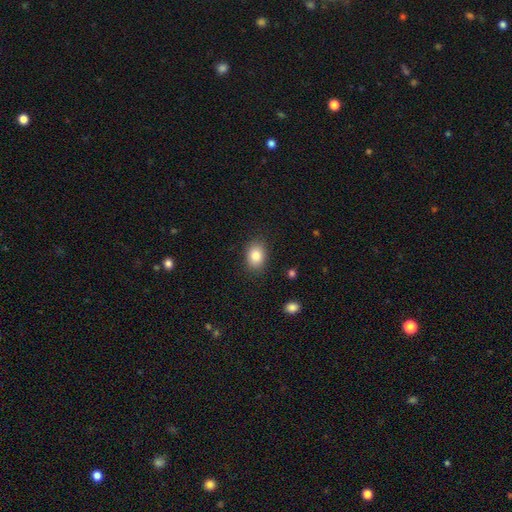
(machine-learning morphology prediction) smooth_or_featured: smooth (p=0.84) [alt: star or artifact p=0.09]
how_rounded: in between (p=0.70) [alt: round p=0.29]
merging: none (p=0.86) [alt: minor disturbance p=0.10]